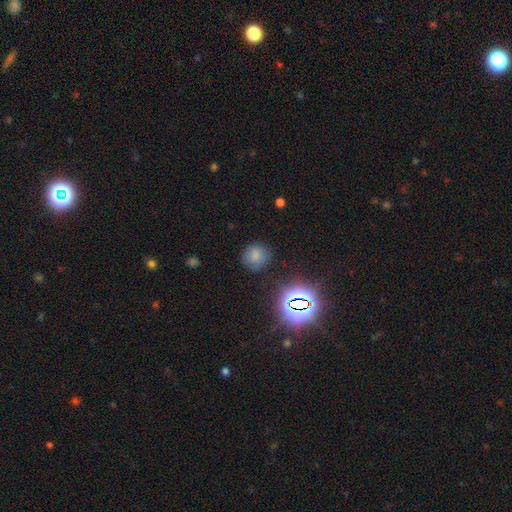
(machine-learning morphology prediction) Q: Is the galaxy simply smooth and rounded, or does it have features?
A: smooth — 72%.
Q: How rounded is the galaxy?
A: round — 85%.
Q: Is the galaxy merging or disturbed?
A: none — 79%.